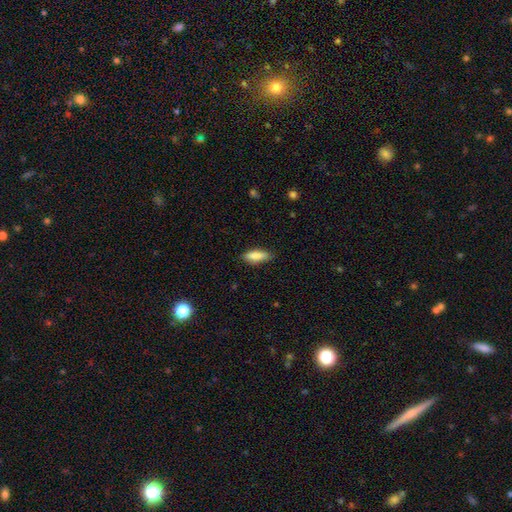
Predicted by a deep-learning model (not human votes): Smooth or featured? smooth (85%)
How rounded? in between (56%)
Merging? none (81%)